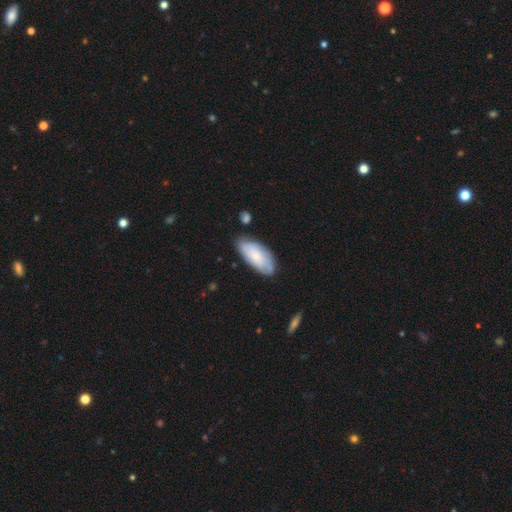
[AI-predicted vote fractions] Smooth or featured? smooth (64%)
How rounded? in between (89%)
Merging? none (72%)